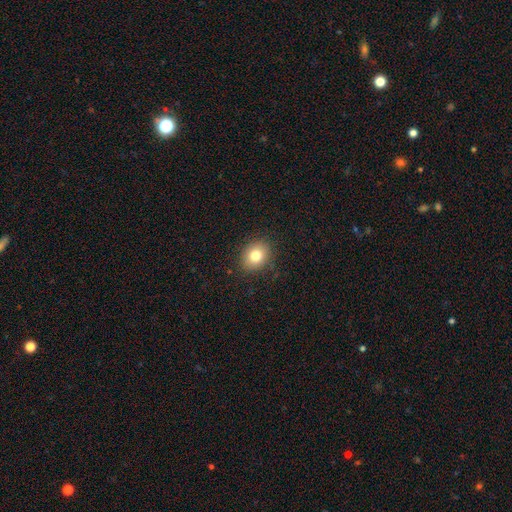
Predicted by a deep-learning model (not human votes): smooth-or-featured: smooth: 79% | star or artifact: 11% | featured or disk: 10%
  how-rounded: round: 58% | in between: 42% | cigar-shaped: 1%
  merging: none: 86% | minor disturbance: 10% | major disturbance: 3% | merger: 1%